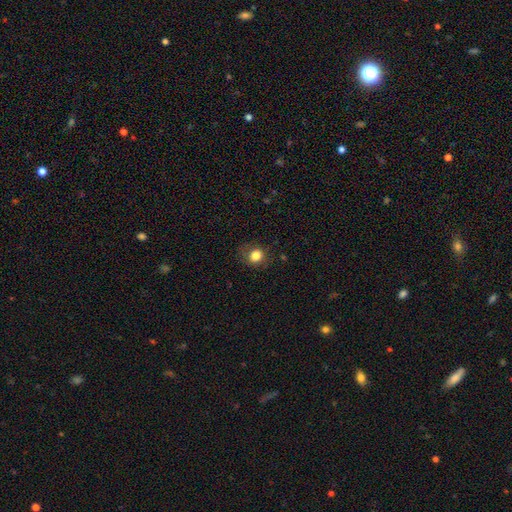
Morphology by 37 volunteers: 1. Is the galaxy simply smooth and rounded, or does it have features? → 86% smooth, 8% star or artifact, 5% featured or disk.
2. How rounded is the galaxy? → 75% round, 25% in between, 0% cigar-shaped.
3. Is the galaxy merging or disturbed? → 82% none, 12% minor disturbance, 6% major disturbance, 0% merger.